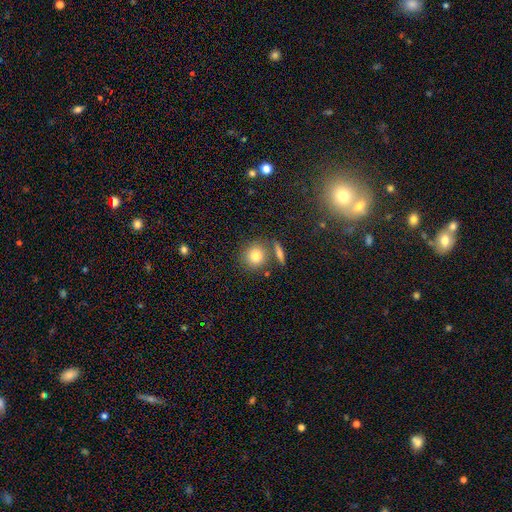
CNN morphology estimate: type=smooth (80%); roundness=round (87%); merging=none (74%).